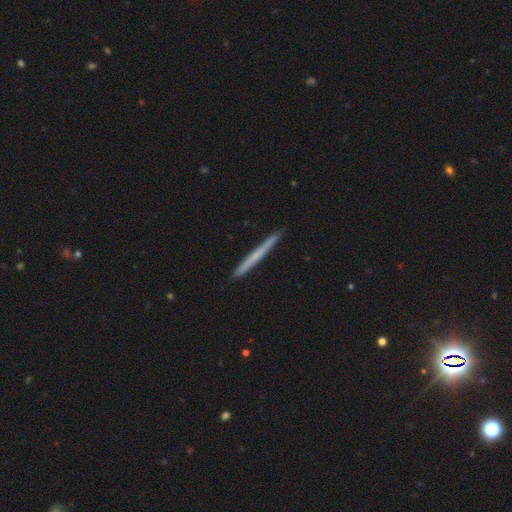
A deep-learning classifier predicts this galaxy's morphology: smooth-or-featured: smooth: 51% | featured or disk: 43% | star or artifact: 6%
  how-rounded: cigar-shaped: 97% | in between: 1% | round: 1%
  merging: none: 92% | minor disturbance: 6% | major disturbance: 1% | merger: 1%